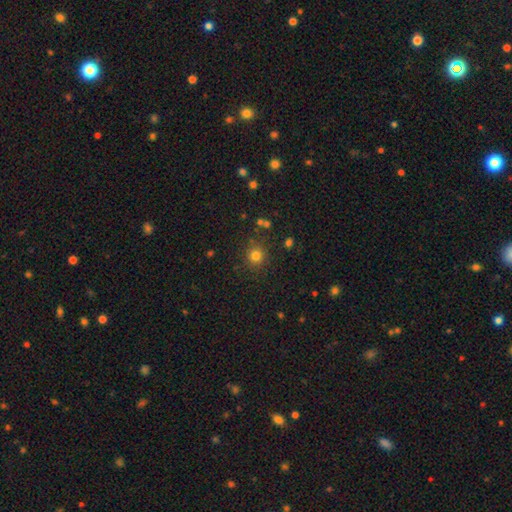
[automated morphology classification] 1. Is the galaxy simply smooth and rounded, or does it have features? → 78% smooth, 16% star or artifact, 6% featured or disk.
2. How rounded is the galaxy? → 92% round, 7% in between, 1% cigar-shaped.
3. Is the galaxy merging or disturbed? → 86% none, 8% minor disturbance, 3% merger, 3% major disturbance.